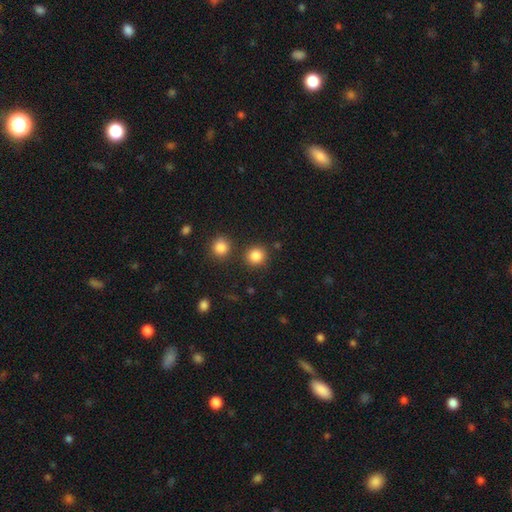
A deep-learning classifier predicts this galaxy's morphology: type=smooth (85%); roundness=round (89%); merging=none (84%).